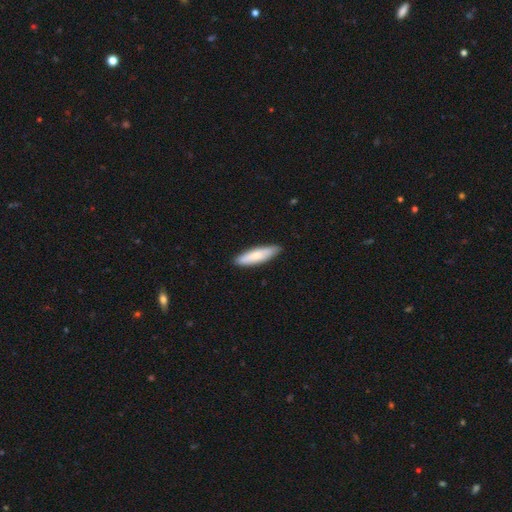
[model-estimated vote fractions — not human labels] The model was most divided on "how rounded": cigar-shaped: 66%, in between: 33%, round: 2%. More confident: merging — none (87%); smooth or featured — smooth (76%).